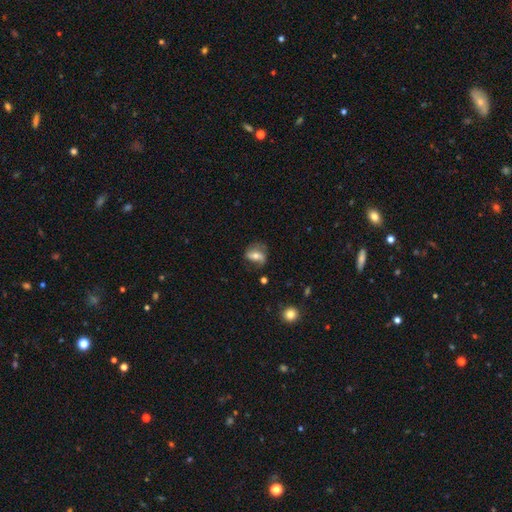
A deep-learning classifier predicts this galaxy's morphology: Smooth or featured?
  - featured or disk: 48% *
  - smooth: 43%
  - star or artifact: 9%
Merging?
  - none: 59% *
  - minor disturbance: 25%
  - major disturbance: 14%
  - merger: 3%